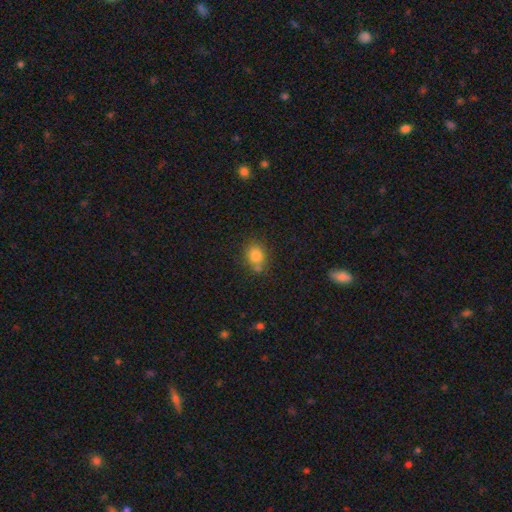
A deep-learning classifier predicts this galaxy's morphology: This is likely a smooth galaxy (79%). How rounded: possibly round (56%). Merging: likely none (63%).